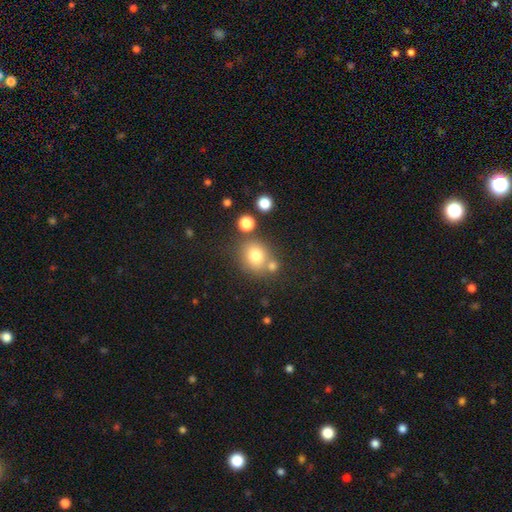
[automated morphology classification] smooth 77%, star or artifact 13%, featured or disk 10%. Down the decision tree: how rounded — round (74%); merging — none (65%).